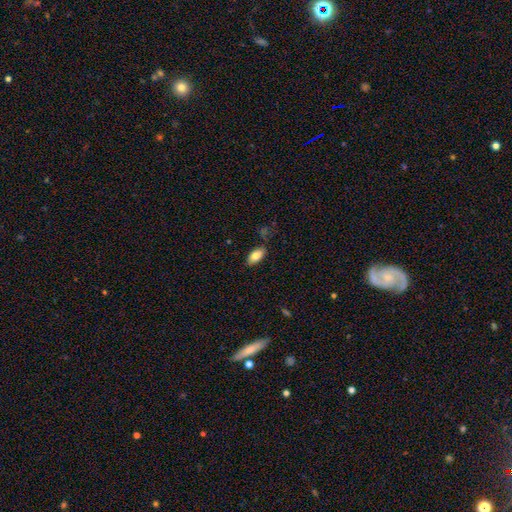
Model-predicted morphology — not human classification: Smooth or featured? Predicted: smooth (p=0.82). How rounded? Predicted: in between (p=0.92). Merging? Predicted: none (p=0.82).